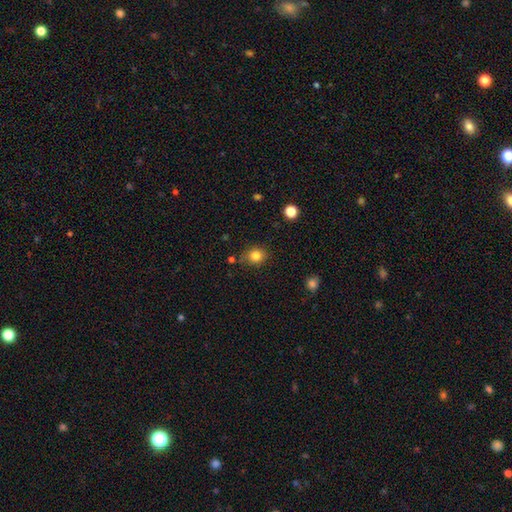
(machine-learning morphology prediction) A smooth galaxy with no disk features (83%) that is round (74%).

Vote fractions:
- Smooth or featured? smooth: 83% / star or artifact: 12% / featured or disk: 5%
- How rounded? round: 74% / in between: 25% / cigar-shaped: 1%
- Merging? none: 78% / minor disturbance: 15% / major disturbance: 3% / merger: 3%